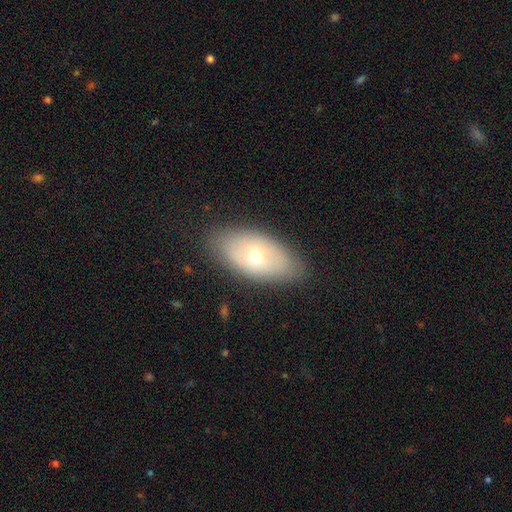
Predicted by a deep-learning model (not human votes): Overall: smooth (56%; featured or disk 36%). How rounded: in between (90%). Merging: none (82%).